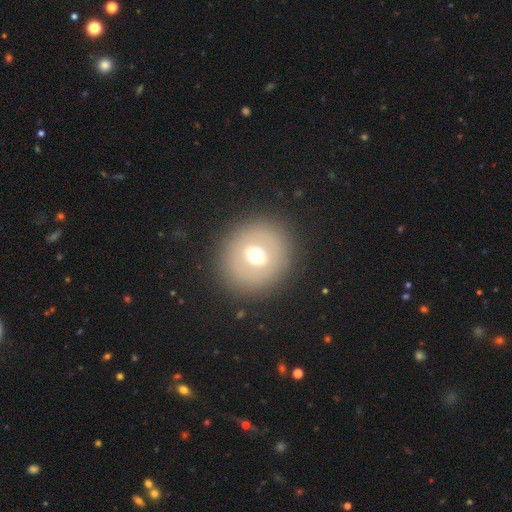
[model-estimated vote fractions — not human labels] Q: Smooth or featured?
A: smooth (58%); runner-up: featured or disk (27%)
Q: How rounded?
A: round (89%); runner-up: in between (10%)
Q: Merging?
A: none (88%); runner-up: minor disturbance (6%)